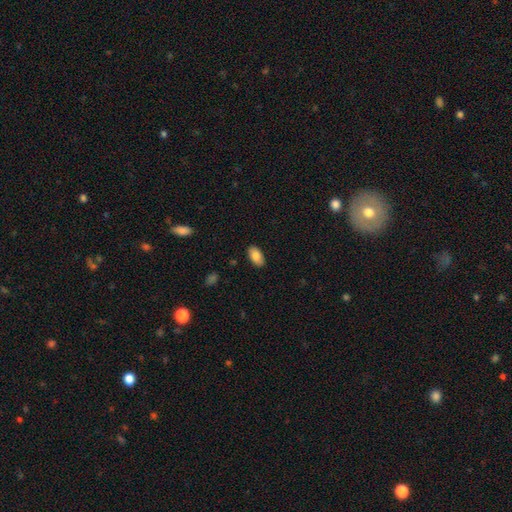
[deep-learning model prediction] Morphology: type=smooth (84%); roundness=in between (94%); merging=none (88%).